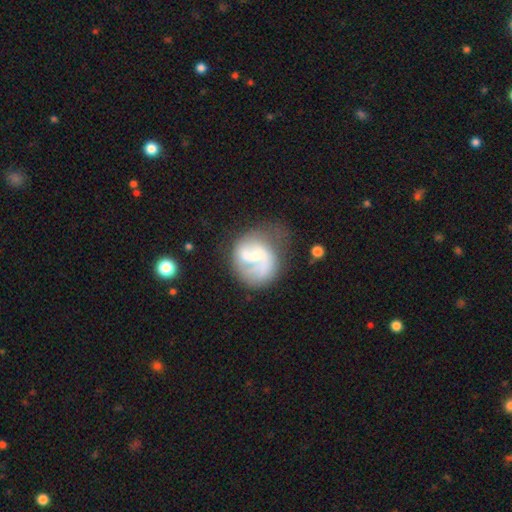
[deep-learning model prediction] The model was most divided on "bar": weak: 46%, no: 43%, strong: 12%. Remaining: edge-on disk — no (98%); spiral arms — yes (85%); smooth or featured — featured or disk (72%); spiral arm count — 2 (60%); bulge size — small (56%); merging — none (46%); spiral winding — medium (43%).